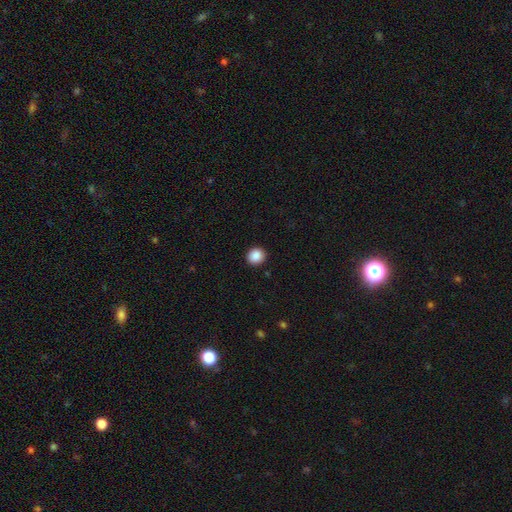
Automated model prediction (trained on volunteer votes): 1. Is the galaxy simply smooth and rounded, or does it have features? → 88% smooth, 9% star or artifact, 3% featured or disk.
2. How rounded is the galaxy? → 88% round, 11% in between, 1% cigar-shaped.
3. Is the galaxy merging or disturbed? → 92% none, 5% minor disturbance, 2% major disturbance, 1% merger.